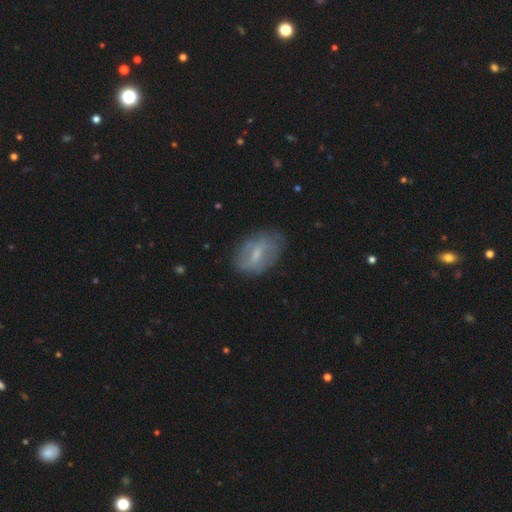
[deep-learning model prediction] Q: Smooth or featured?
A: featured or disk (47%); runner-up: smooth (45%)
Q: Merging?
A: none (67%); runner-up: minor disturbance (23%)